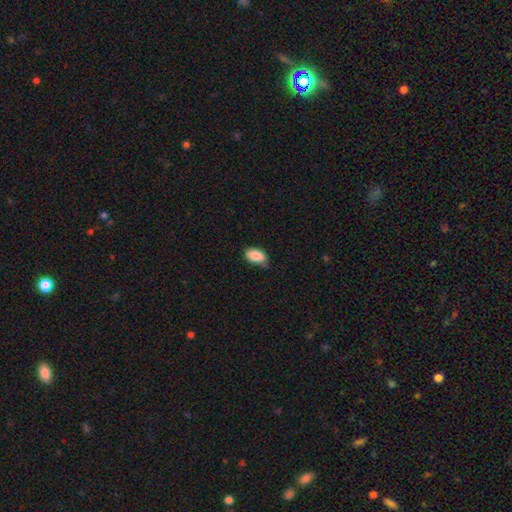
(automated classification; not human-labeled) This appears to be a smooth galaxy with no disk features (88%) that is in between round and cigar-shaped (93%). Merging: none (70%).